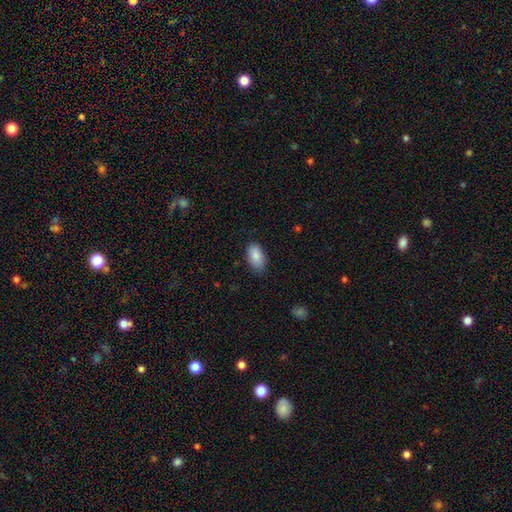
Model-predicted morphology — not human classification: A smooth galaxy with no disk features (87%) that is in between round and cigar-shaped (94%). Merging: none (78%).